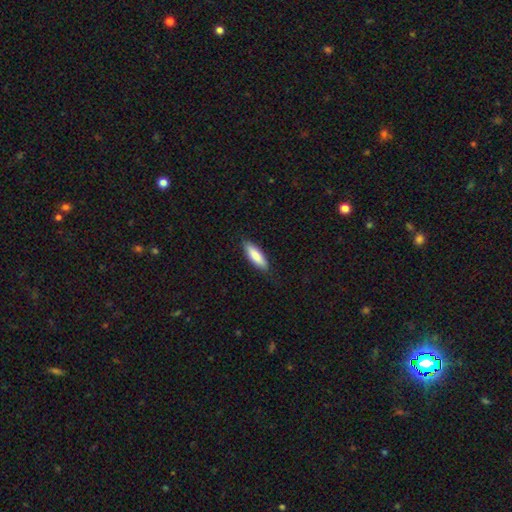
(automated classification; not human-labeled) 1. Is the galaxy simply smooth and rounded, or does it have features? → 86% smooth, 8% featured or disk, 5% star or artifact.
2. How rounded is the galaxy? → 50% in between, 48% cigar-shaped, 1% round.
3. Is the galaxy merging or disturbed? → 86% none, 11% minor disturbance, 2% major disturbance, 1% merger.